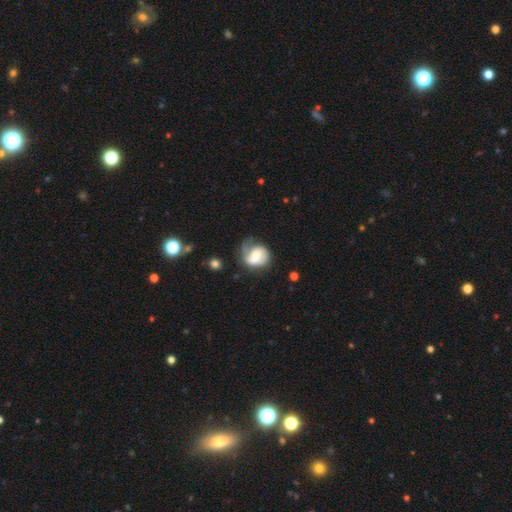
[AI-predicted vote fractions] The model was most divided on "bar": no: 47%, weak: 40%, strong: 13%. Remaining: edge-on disk — no (97%); spiral arms — yes (83%); smooth or featured — featured or disk (54%); merging — none (43%); bulge size — moderate (43%).